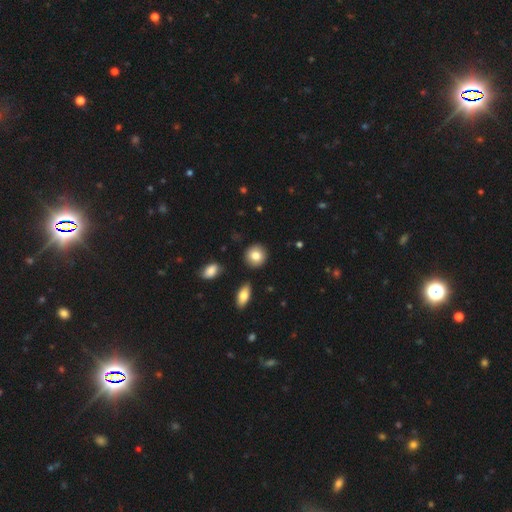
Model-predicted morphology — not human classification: Overall: smooth (83%). How rounded: round (84%). Merging: none (87%).